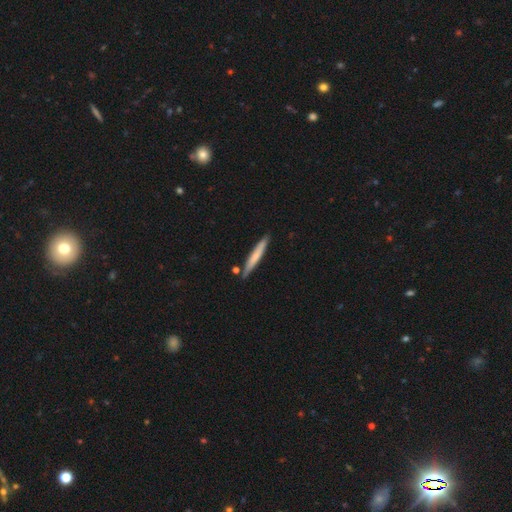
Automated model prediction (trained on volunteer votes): Morphology: type=smooth (64%); roundness=cigar-shaped (95%); merging=none (83%).